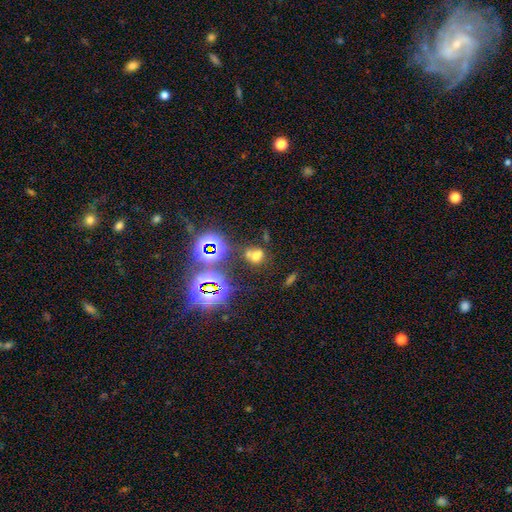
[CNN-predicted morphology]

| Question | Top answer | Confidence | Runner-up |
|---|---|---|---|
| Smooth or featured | smooth | 50% | star or artifact (36%) |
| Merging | none | 44% | merger (36%) |